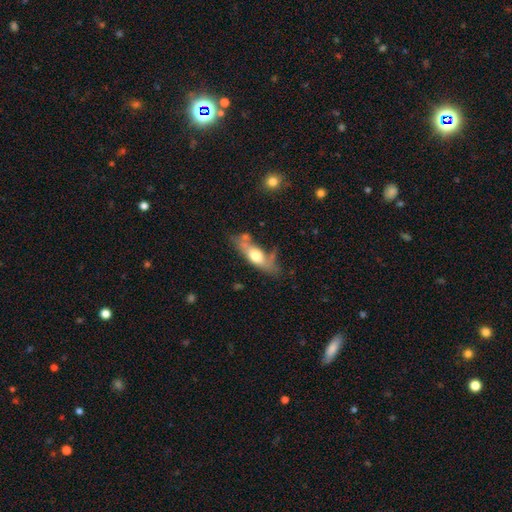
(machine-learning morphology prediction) Smooth or featured: smooth — 53% (featured or disk — 41%)
How rounded: in between — 58% (cigar-shaped — 38%)
Merging: none — 49% (minor disturbance — 26%)